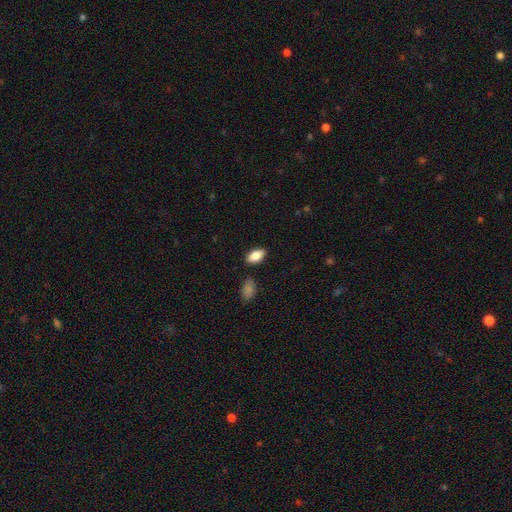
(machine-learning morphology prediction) This is clearly a smooth galaxy (85%). How rounded: clearly in between (92%). Merging: clearly none (85%).